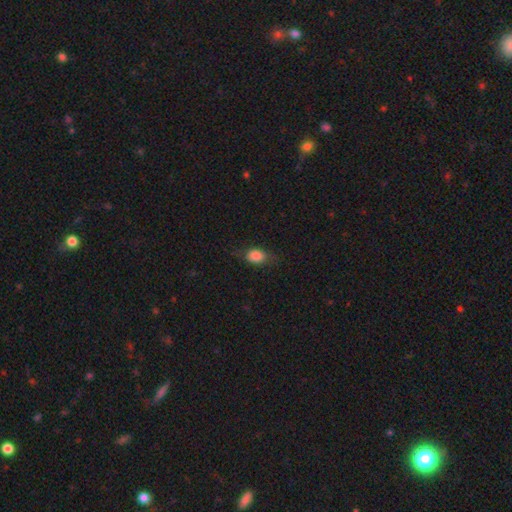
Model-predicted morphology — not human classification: A smooth galaxy with no disk features (83%) that is in between round and cigar-shaped (72%).

Vote fractions:
- Smooth or featured? smooth: 83% / star or artifact: 9% / featured or disk: 8%
- How rounded? in between: 72% / round: 24% / cigar-shaped: 3%
- Merging? none: 69% / minor disturbance: 22% / major disturbance: 7% / merger: 1%